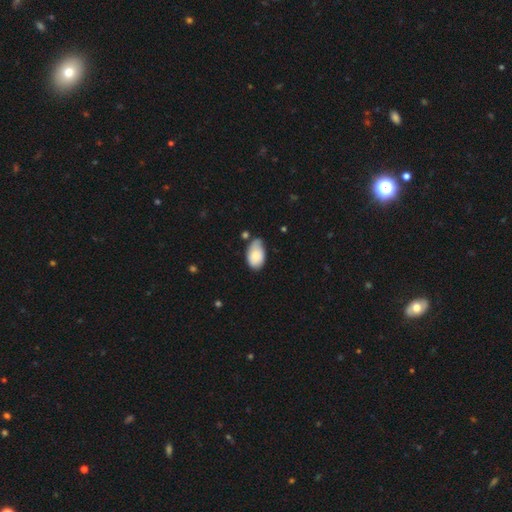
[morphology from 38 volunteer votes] Smooth or featured? smooth (79%)
How rounded? in between (97%)
Merging? minor disturbance (54%)